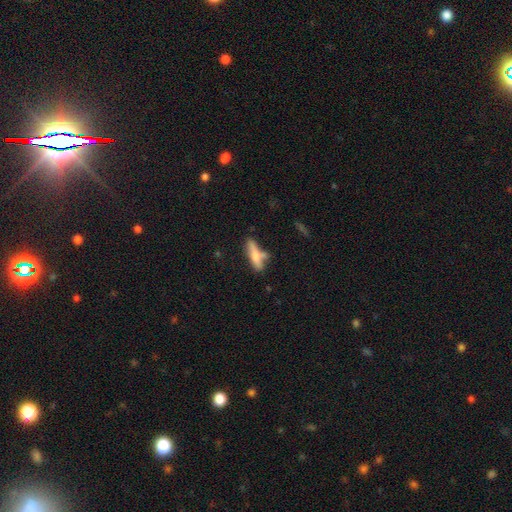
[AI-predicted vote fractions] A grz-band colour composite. It shows a smooth galaxy with no disk features (56%) that is cigar-shaped (67%). Merging: none (56%).